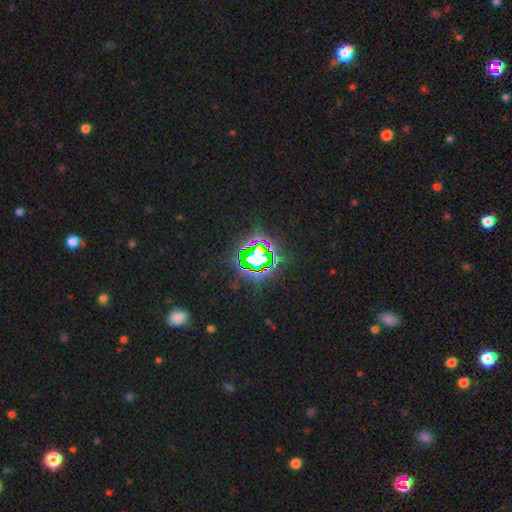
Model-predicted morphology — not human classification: Q: Smooth or featured?
A: star or artifact (83%); runner-up: smooth (11%)